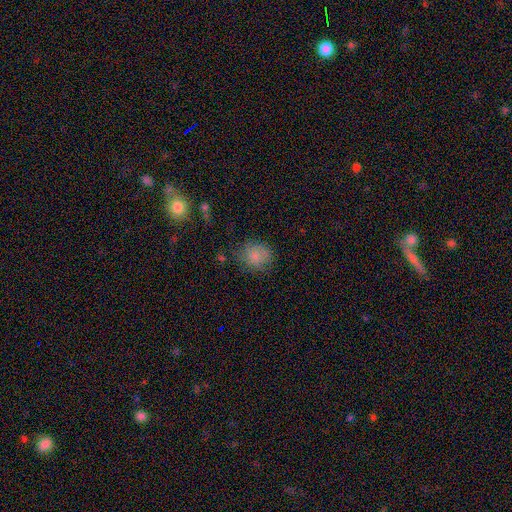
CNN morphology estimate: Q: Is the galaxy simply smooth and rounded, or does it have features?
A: smooth — 82%.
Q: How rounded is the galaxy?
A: round — 76%.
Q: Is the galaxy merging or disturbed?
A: none — 73%.